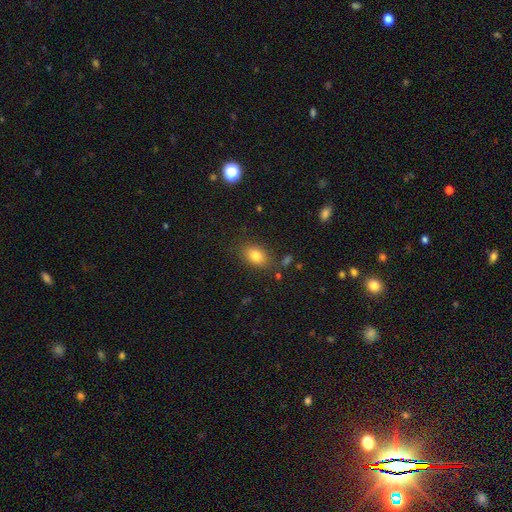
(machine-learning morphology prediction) Q: Smooth or featured?
A: smooth (82%); runner-up: star or artifact (10%)
Q: How rounded?
A: in between (81%); runner-up: round (17%)
Q: Merging?
A: none (81%); runner-up: minor disturbance (13%)